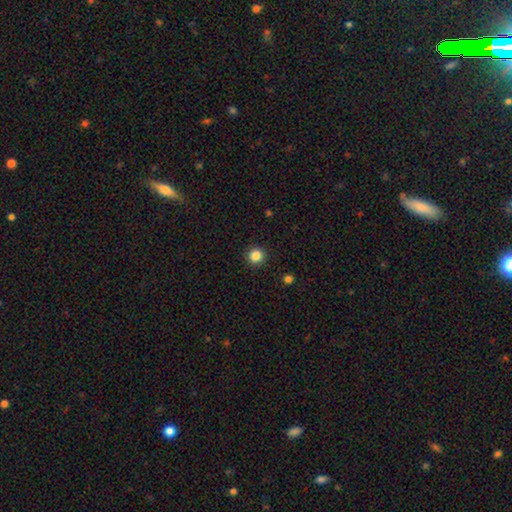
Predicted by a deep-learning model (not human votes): A smooth galaxy with no disk features (85%) that is round (95%). Merging: none (93%).